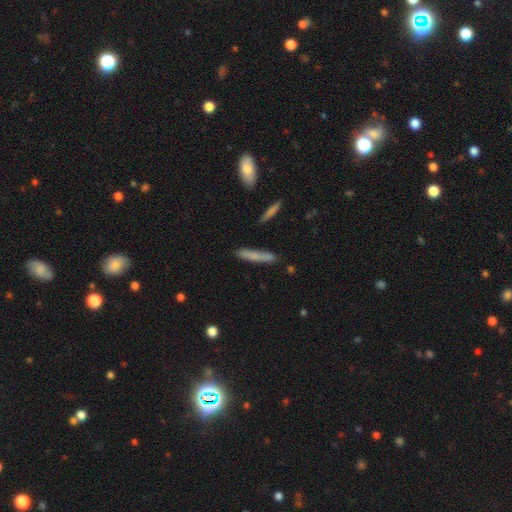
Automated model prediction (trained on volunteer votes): smooth_or_featured: smooth (p=0.68) [alt: featured or disk p=0.25]
how_rounded: cigar-shaped (p=0.93) [alt: in between p=0.05]
merging: none (p=0.85) [alt: minor disturbance p=0.10]